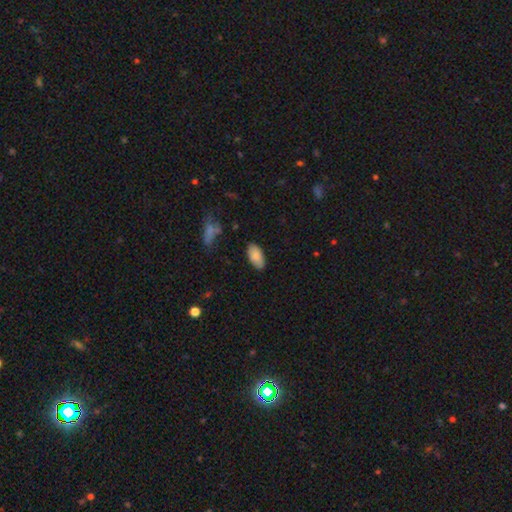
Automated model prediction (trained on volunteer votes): Smooth or featured? Predicted: smooth (p=0.86). How rounded? Predicted: in between (p=0.94). Merging? Predicted: none (p=0.84).